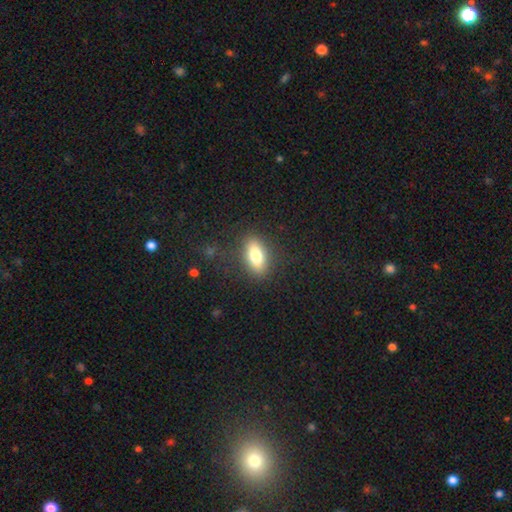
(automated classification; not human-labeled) The model was most divided on "smooth or featured": smooth: 73%, featured or disk: 18%, star or artifact: 8%. More confident: merging — none (85%); how rounded — in between (80%).